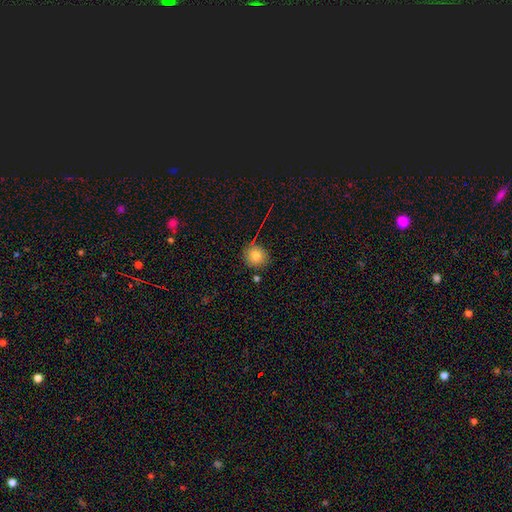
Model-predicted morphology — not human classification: Smooth or featured: smooth — 79% (star or artifact — 12%)
How rounded: round — 85% (in between — 14%)
Merging: none — 82% (minor disturbance — 11%)